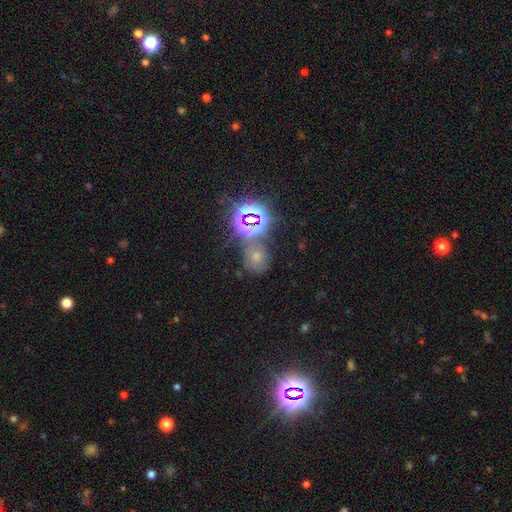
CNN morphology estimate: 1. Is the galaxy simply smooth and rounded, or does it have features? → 44% smooth, 42% star or artifact, 14% featured or disk.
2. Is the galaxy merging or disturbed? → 55% none, 18% merger, 17% minor disturbance, 10% major disturbance.